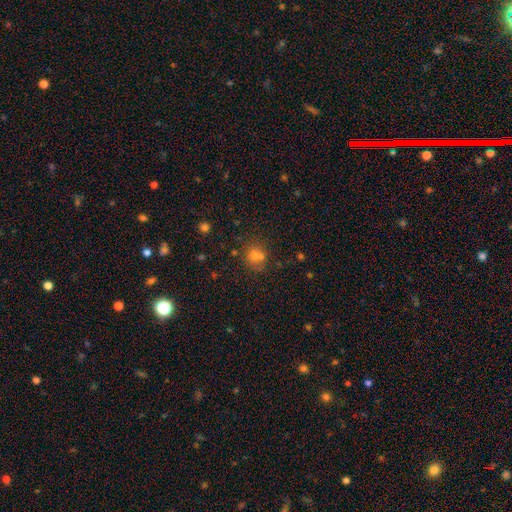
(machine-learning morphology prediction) smooth 66%, star or artifact 18%, featured or disk 15%. Down the decision tree: how rounded — round (76%); merging — none (45%).